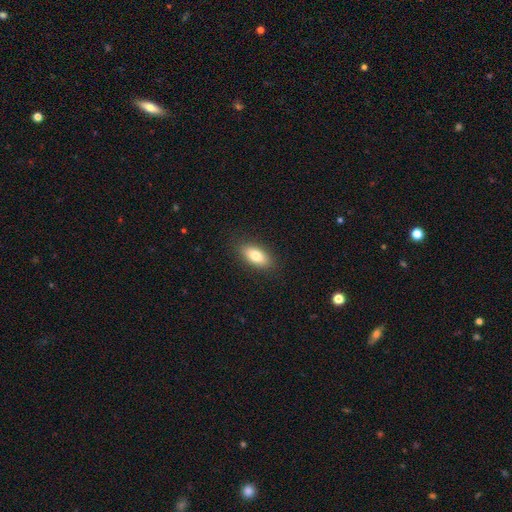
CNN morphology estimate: smooth 79%, featured or disk 14%, star or artifact 7%. Down the decision tree: how rounded — in between (86%); merging — none (88%).